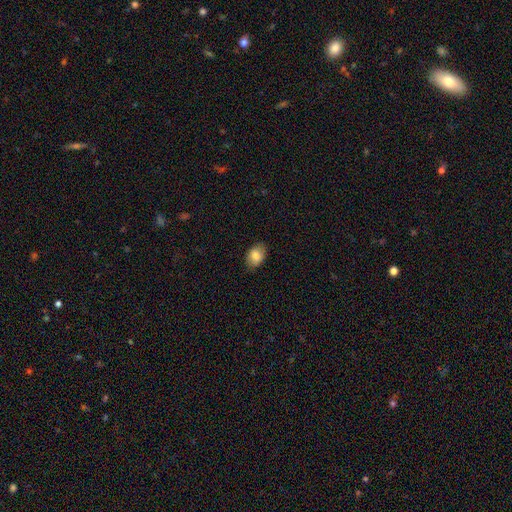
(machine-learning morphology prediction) smooth_or_featured: smooth (p=0.83) [alt: featured or disk p=0.10]
how_rounded: in between (p=0.84) [alt: round p=0.14]
merging: none (p=0.83) [alt: minor disturbance p=0.13]